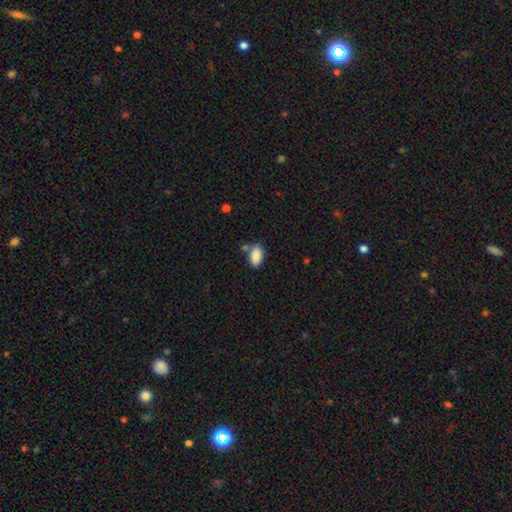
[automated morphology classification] A smooth galaxy with no disk features (88%) that is in between round and cigar-shaped (92%).

Vote fractions:
- Smooth or featured? smooth: 88% / star or artifact: 8% / featured or disk: 4%
- How rounded? in between: 92% / round: 5% / cigar-shaped: 3%
- Merging? none: 68% / minor disturbance: 16% / merger: 13% / major disturbance: 4%